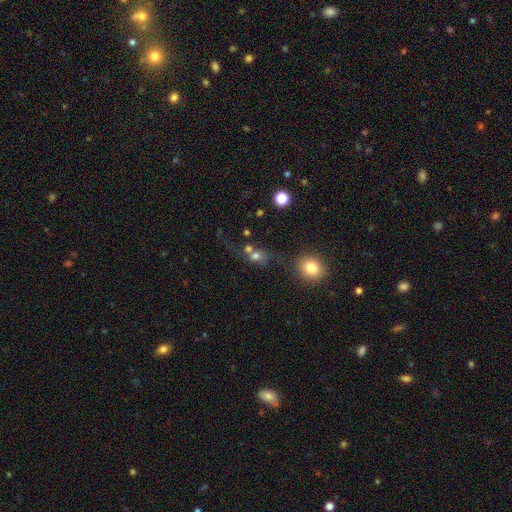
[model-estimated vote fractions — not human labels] A smooth galaxy with no disk features (69%) that is round (59%). Merging: merger (44%).